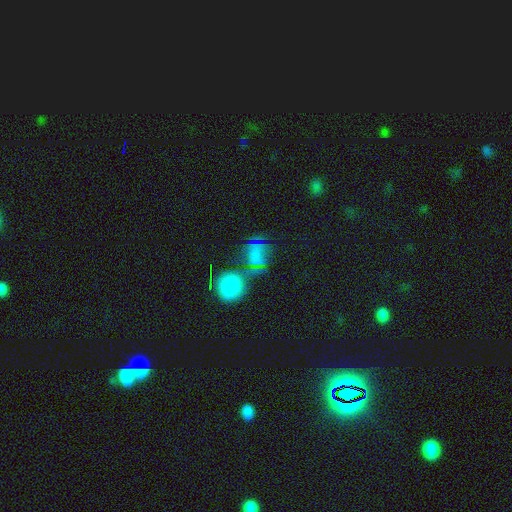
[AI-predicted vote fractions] smooth_or_featured: smooth (p=0.47) [alt: star or artifact p=0.34]
merging: none (p=0.50) [alt: merger p=0.22]